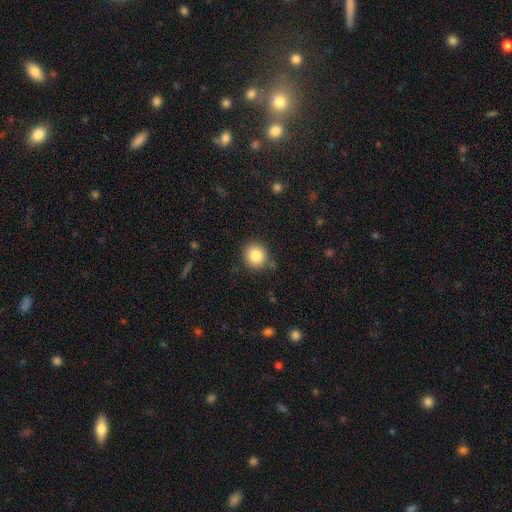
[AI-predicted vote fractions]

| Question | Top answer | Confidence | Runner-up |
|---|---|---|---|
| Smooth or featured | smooth | 82% | star or artifact (10%) |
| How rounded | round | 90% | in between (10%) |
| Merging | none | 87% | minor disturbance (9%) |